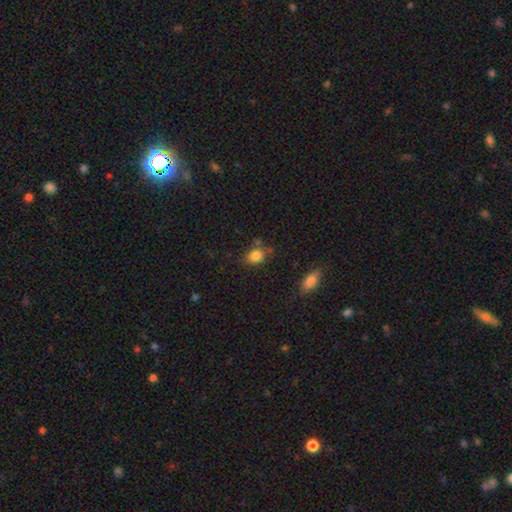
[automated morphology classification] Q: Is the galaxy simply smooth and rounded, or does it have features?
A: smooth — 84%.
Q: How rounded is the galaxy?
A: in between — 54%.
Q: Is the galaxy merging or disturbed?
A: none — 67%.